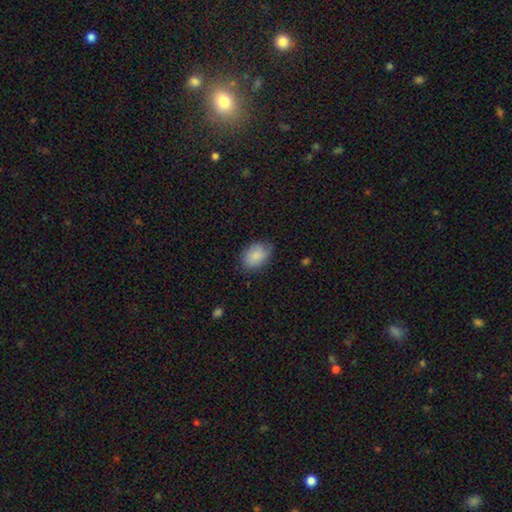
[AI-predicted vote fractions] Smooth or featured? Predicted: smooth (p=0.87). How rounded? Predicted: in between (p=0.78). Merging? Predicted: none (p=0.76).